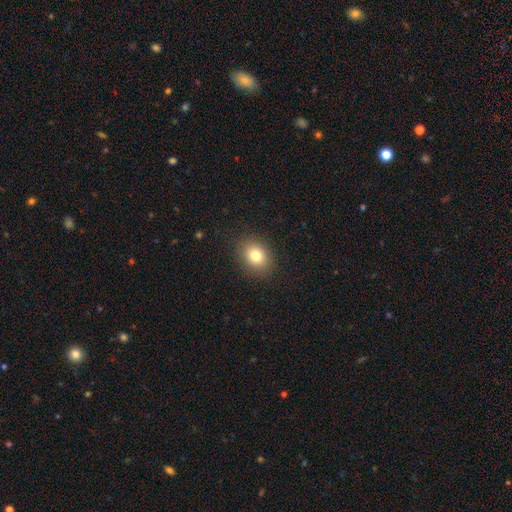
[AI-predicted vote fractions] Overall: smooth (80%). How rounded: in between (51%; round 48%). Merging: none (88%).